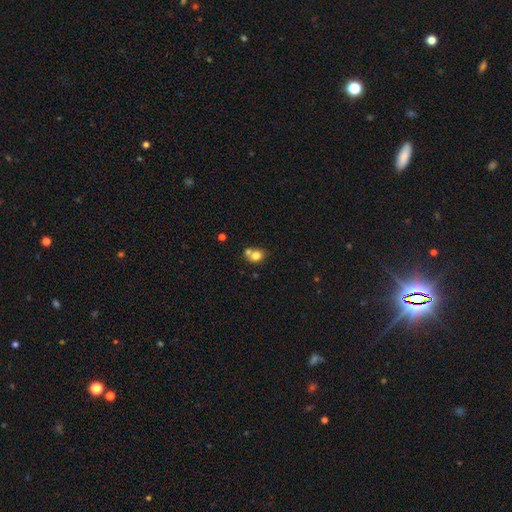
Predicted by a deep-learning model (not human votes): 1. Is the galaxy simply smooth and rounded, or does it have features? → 77% smooth, 13% featured or disk, 11% star or artifact.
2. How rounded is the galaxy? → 60% round, 39% in between, 1% cigar-shaped.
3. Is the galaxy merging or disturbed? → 46% merger, 40% none, 10% minor disturbance, 4% major disturbance.